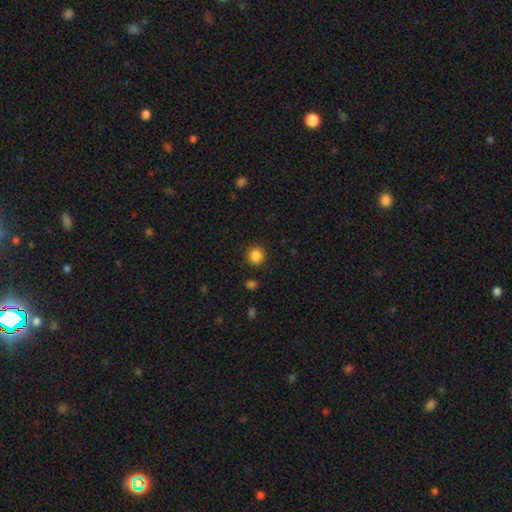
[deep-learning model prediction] Morphology: type=smooth (86%); roundness=round (93%); merging=none (90%).